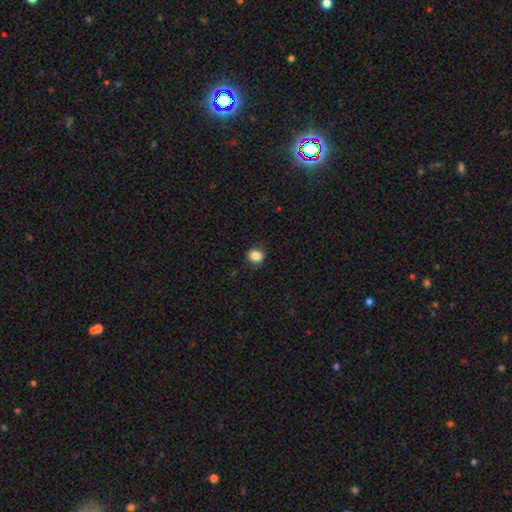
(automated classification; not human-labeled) This is clearly a smooth galaxy (86%). How rounded: likely round (75%). Merging: clearly none (87%).